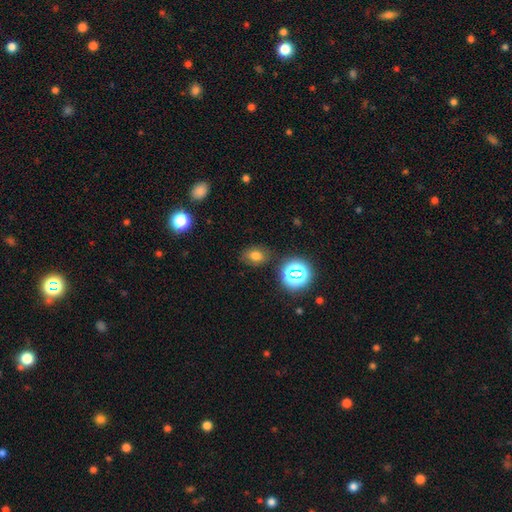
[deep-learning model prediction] Smooth or featured? Predicted: smooth (p=0.71). How rounded? Predicted: in between (p=0.66). Merging? Predicted: none (p=0.80).